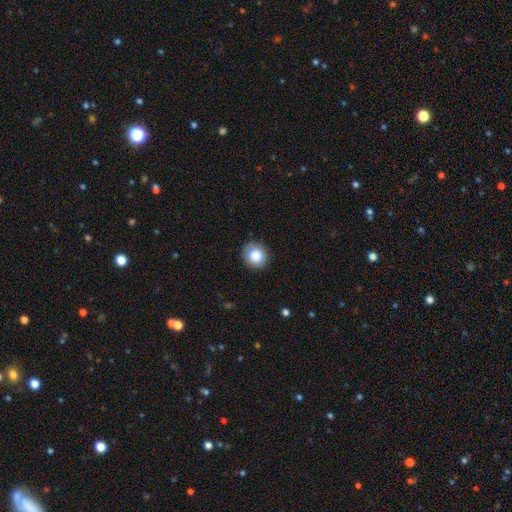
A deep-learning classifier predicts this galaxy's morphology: smooth_or_featured: smooth (p=0.85) [alt: star or artifact p=0.08]
how_rounded: round (p=0.87) [alt: in between p=0.12]
merging: none (p=0.85) [alt: minor disturbance p=0.11]